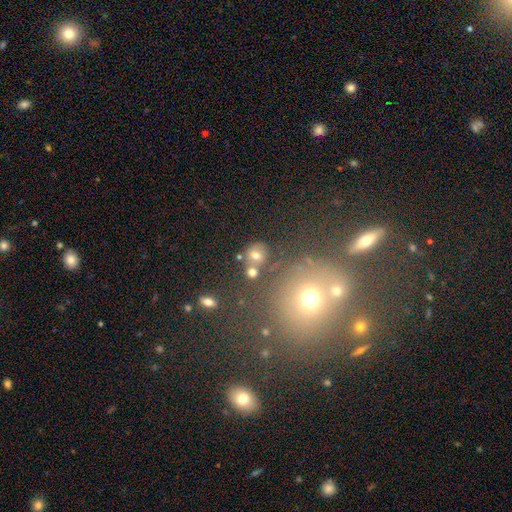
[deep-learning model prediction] A smooth galaxy with no disk features (67%) that is round (75%).

Vote fractions:
- Smooth or featured? smooth: 67% / star or artifact: 19% / featured or disk: 14%
- How rounded? round: 75% / in between: 24% / cigar-shaped: 1%
- Merging? none: 64% / merger: 17% / minor disturbance: 13% / major disturbance: 6%